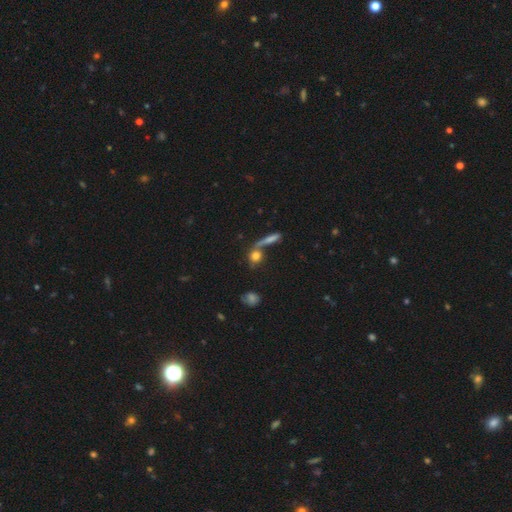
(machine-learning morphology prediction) This is likely a smooth galaxy (71%). How rounded: likely round (66%). Merging: possibly none (50%).